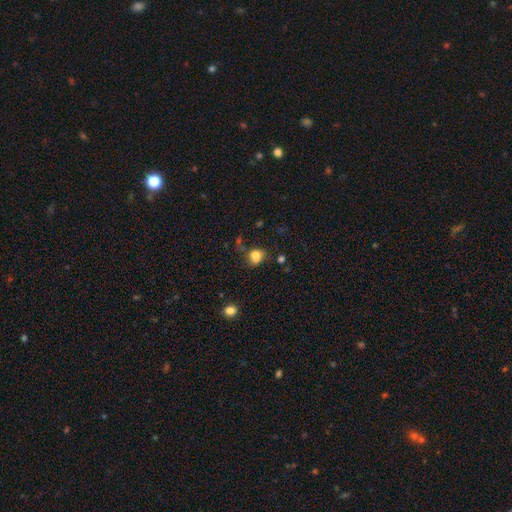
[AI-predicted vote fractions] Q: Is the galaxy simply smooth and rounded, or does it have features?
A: smooth — 73%.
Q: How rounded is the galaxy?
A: in between — 50%.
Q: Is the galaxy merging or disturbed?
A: none — 38%.